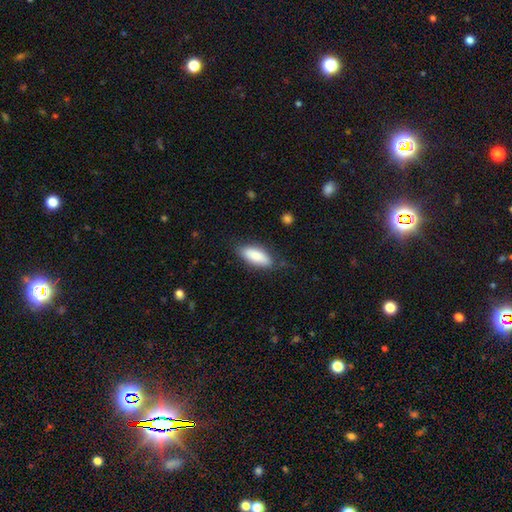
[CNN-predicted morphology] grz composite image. It shows a smooth galaxy with no disk features (86%) that is in between round and cigar-shaped (79%). Merging: none (79%).